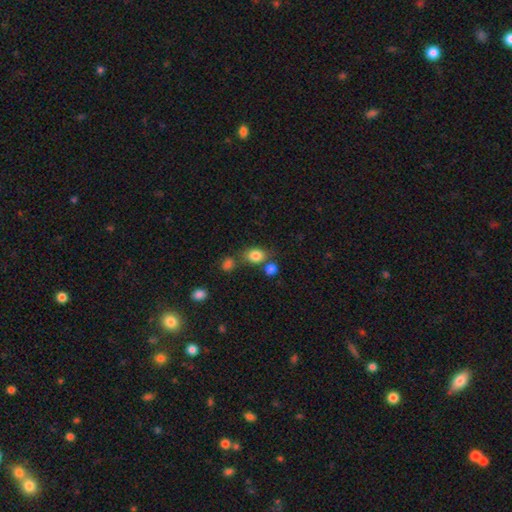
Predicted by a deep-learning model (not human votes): Smooth or featured: smooth — 82% (star or artifact — 11%)
How rounded: in between — 60% (round — 39%)
Merging: none — 61% (merger — 20%)